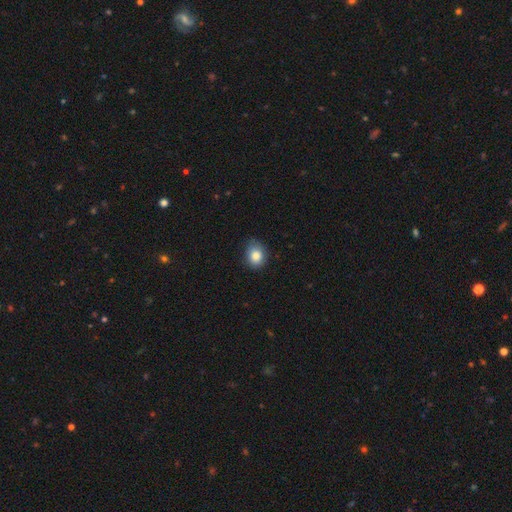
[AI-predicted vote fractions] Morphology: type=smooth (85%); roundness=round (55%); merging=none (69%).